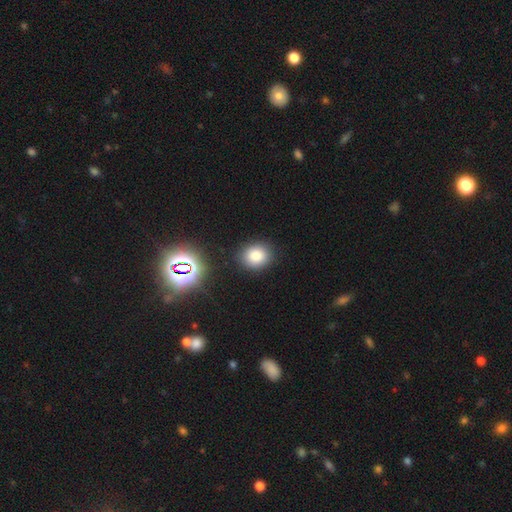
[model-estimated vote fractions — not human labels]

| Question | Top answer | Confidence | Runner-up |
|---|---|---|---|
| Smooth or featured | smooth | 81% | star or artifact (13%) |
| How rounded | round | 66% | in between (33%) |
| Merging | none | 87% | minor disturbance (8%) |